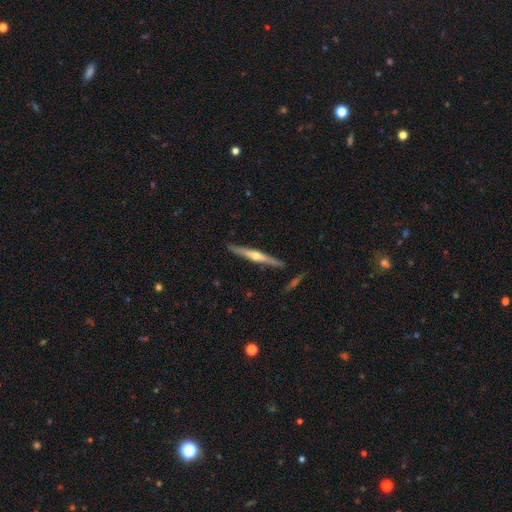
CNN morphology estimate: Smooth or featured? featured or disk (72%)
Edge-on disk? yes (97%)
Edge-on bulge? rounded (90%)
Merging? none (89%)